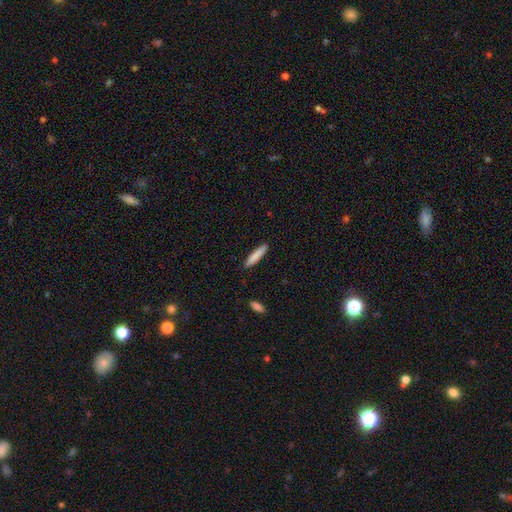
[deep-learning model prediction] Smooth or featured: smooth — 83% (featured or disk — 11%)
How rounded: cigar-shaped — 90% (in between — 9%)
Merging: none — 90% (minor disturbance — 7%)